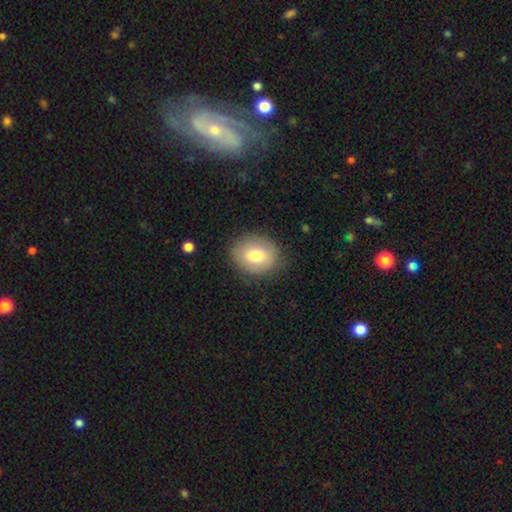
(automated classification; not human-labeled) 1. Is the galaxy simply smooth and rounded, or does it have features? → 74% smooth, 18% featured or disk, 8% star or artifact.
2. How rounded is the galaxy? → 58% round, 42% in between, 1% cigar-shaped.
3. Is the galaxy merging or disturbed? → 83% none, 12% minor disturbance, 4% major disturbance, 1% merger.